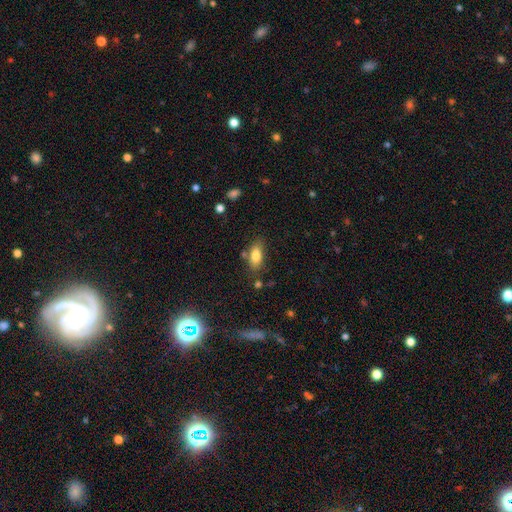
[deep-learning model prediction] Smooth or featured? smooth (81%)
How rounded? in between (86%)
Merging? none (74%)